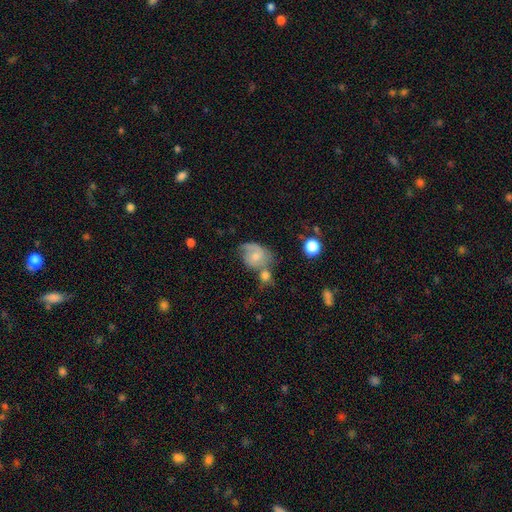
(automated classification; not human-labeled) smooth_or_featured: featured or disk (p=0.49) [alt: smooth p=0.43]
merging: none (p=0.35) [alt: merger p=0.26]